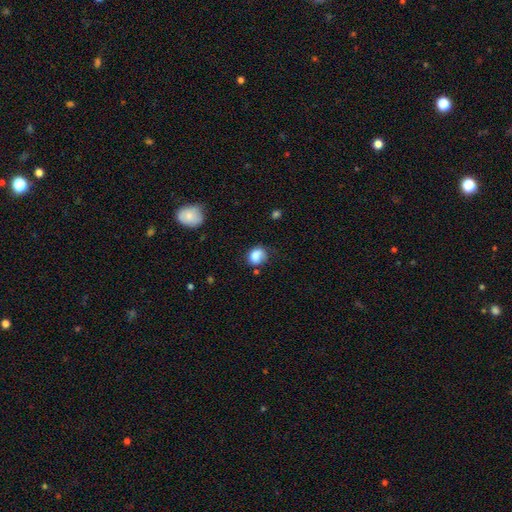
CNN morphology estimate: The model was most divided on "how rounded": in between: 50%, round: 49%, cigar-shaped: 1%. More confident: smooth or featured — smooth (80%); merging — none (51%).